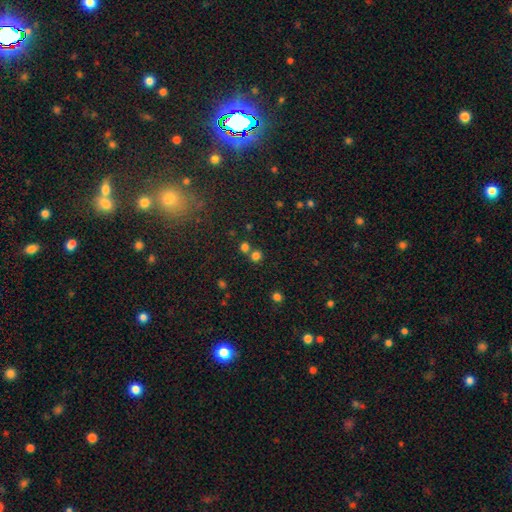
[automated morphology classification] A smooth galaxy with no disk features (73%) that is round (86%).

Vote fractions:
- Smooth or featured? smooth: 73% / star or artifact: 21% / featured or disk: 6%
- How rounded? round: 86% / in between: 13% / cigar-shaped: 1%
- Merging? none: 63% / merger: 27% / minor disturbance: 6% / major disturbance: 3%